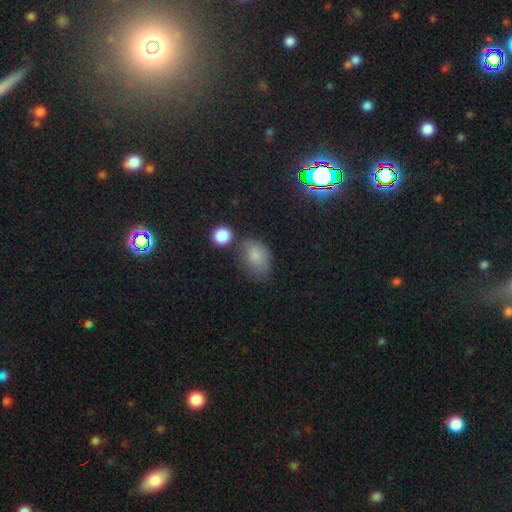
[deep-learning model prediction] A smooth galaxy with no disk features (79%) that is in between round and cigar-shaped (79%). Merging: none (53%).